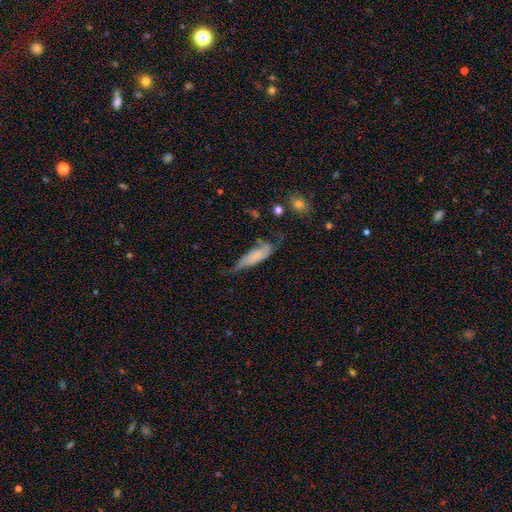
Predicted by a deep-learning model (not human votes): smooth-or-featured: smooth: 58% | featured or disk: 34% | star or artifact: 8%
  how-rounded: in between: 49% | cigar-shaped: 48% | round: 2%
  merging: minor disturbance: 38% | none: 33% | major disturbance: 25% | merger: 4%